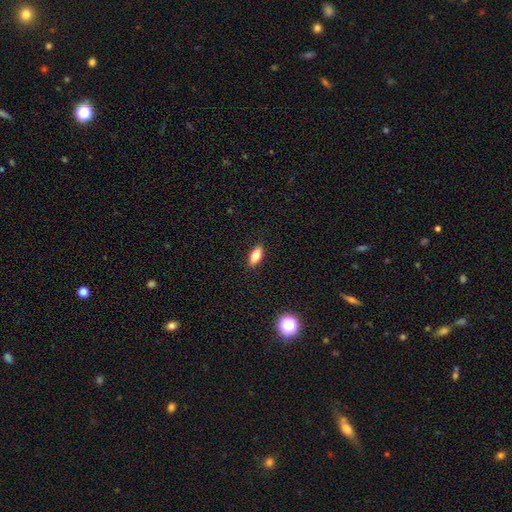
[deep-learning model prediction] smooth 76%, featured or disk 16%, star or artifact 8%. Down the decision tree: how rounded — in between (80%); merging — none (89%).